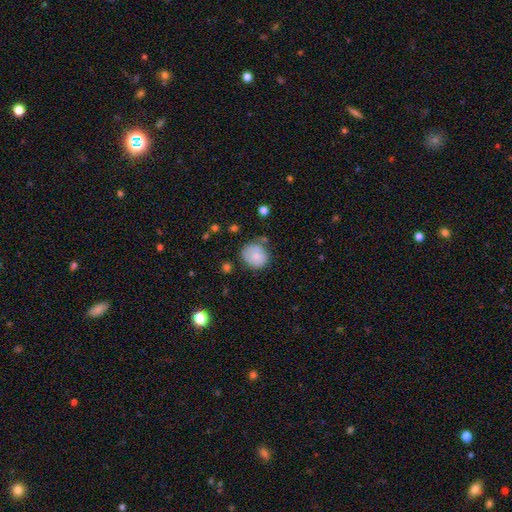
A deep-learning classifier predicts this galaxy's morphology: A smooth galaxy with no disk features (77%) that is round (74%).

Vote fractions:
- Smooth or featured? smooth: 77% / featured or disk: 14% / star or artifact: 8%
- How rounded? round: 74% / in between: 26% / cigar-shaped: 1%
- Merging? none: 58% / minor disturbance: 28% / major disturbance: 8% / merger: 6%